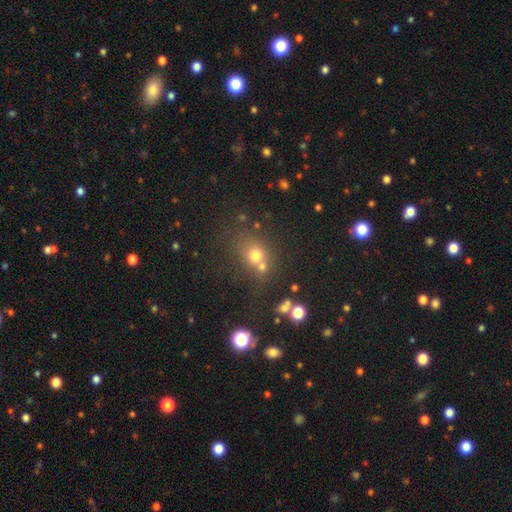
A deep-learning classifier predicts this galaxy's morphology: Smooth or featured? Predicted: smooth (p=0.66). How rounded? Predicted: round (p=0.74). Merging? Predicted: none (p=0.50).